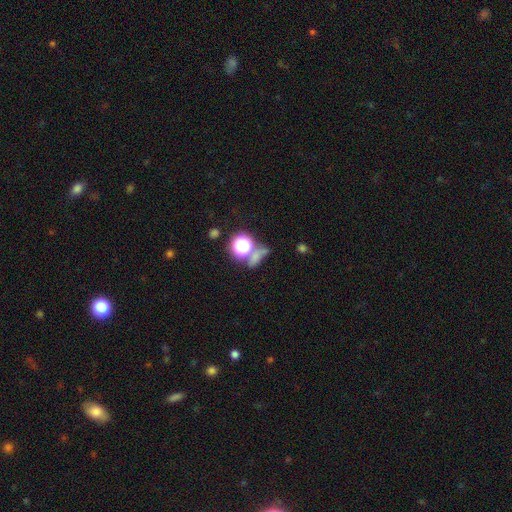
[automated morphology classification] Smooth or featured?
  - smooth: 50% *
  - star or artifact: 38%
  - featured or disk: 13%
Merging?
  - none: 52% *
  - merger: 24%
  - minor disturbance: 13%
  - major disturbance: 11%